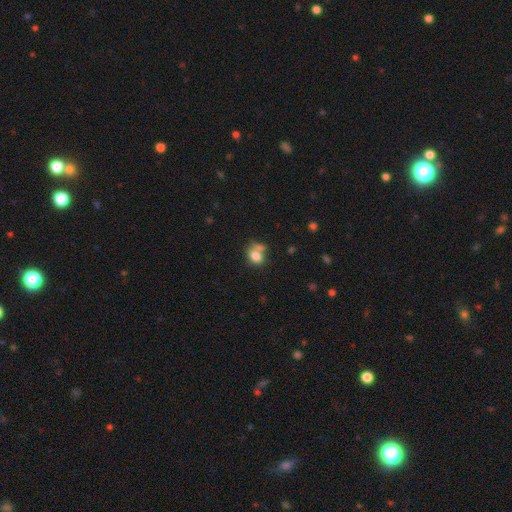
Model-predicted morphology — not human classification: This is likely a smooth galaxy (77%). How rounded: possibly round (50%). Merging: marginally none (42%).